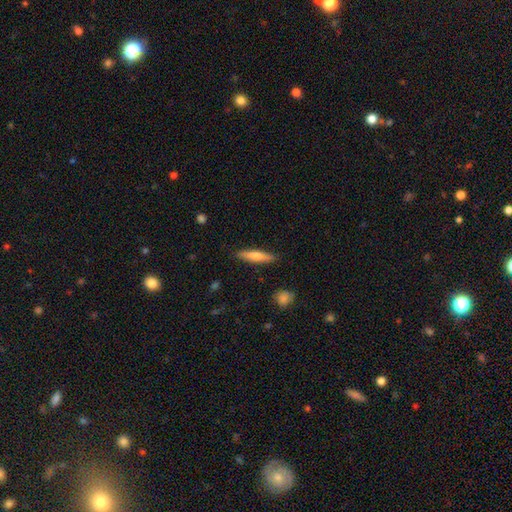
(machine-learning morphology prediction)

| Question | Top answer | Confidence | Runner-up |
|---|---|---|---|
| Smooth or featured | smooth | 65% | featured or disk (29%) |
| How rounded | cigar-shaped | 83% | in between (15%) |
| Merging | none | 88% | minor disturbance (9%) |